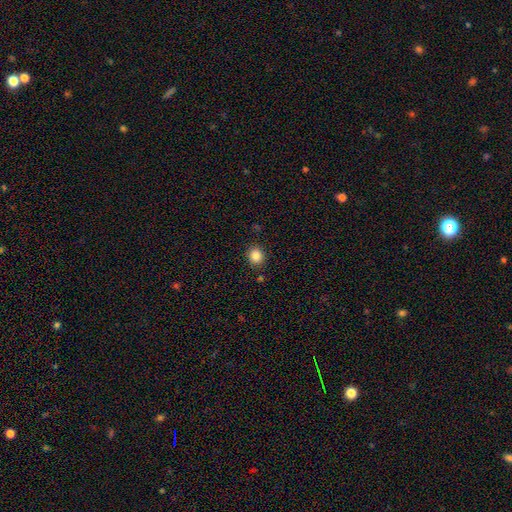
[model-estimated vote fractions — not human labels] Smooth or featured? smooth (85%)
How rounded? round (78%)
Merging? none (88%)